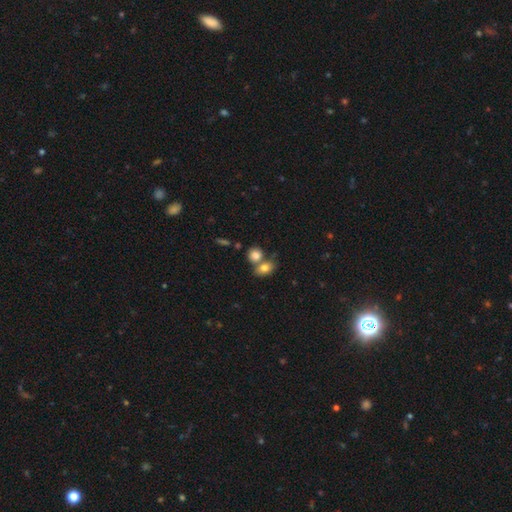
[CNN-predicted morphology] Smooth or featured? smooth (81%)
How rounded? round (58%)
Merging? merger (45%)